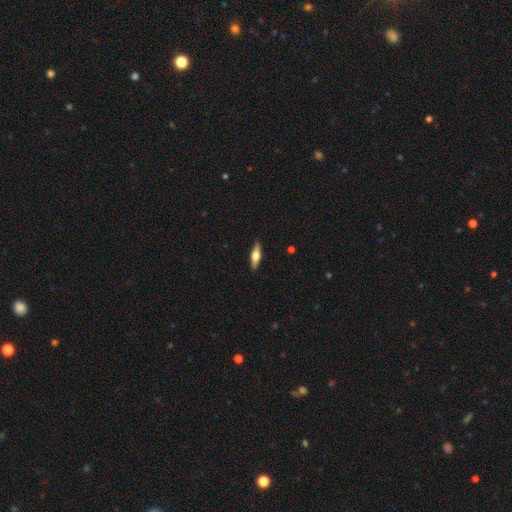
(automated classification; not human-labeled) smooth-or-featured: featured or disk: 49% | smooth: 46% | star or artifact: 6%
  merging: none: 90% | minor disturbance: 7% | major disturbance: 2% | merger: 1%